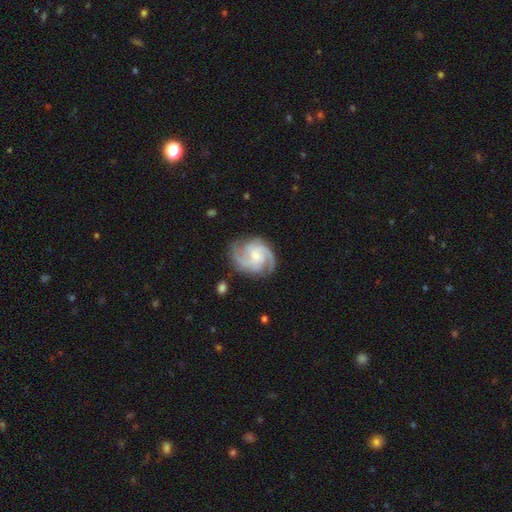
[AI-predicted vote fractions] Q: Smooth or featured?
A: featured or disk (88%); runner-up: smooth (7%)
Q: Edge-on disk?
A: no (98%); runner-up: yes (2%)
Q: Bar?
A: no (50%); runner-up: weak (42%)
Q: Spiral arms?
A: yes (98%); runner-up: no (2%)
Q: Spiral winding?
A: medium (50%); runner-up: tight (39%)
Q: Spiral arm count?
A: 3 (42%); runner-up: 2 (34%)
Q: Bulge size?
A: small (46%); runner-up: moderate (34%)
Q: Merging?
A: none (74%); runner-up: minor disturbance (16%)